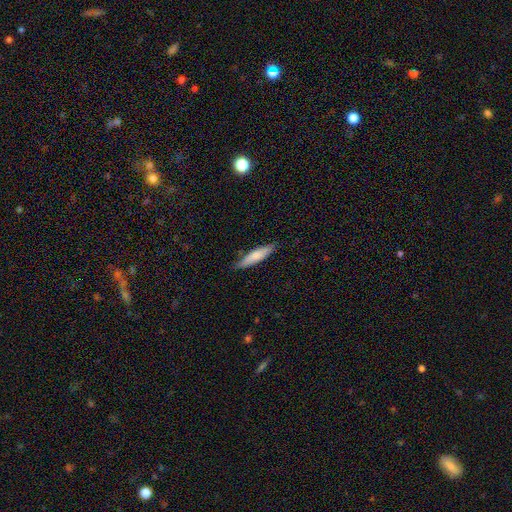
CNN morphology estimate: Smooth or featured? smooth (74%)
How rounded? cigar-shaped (77%)
Merging? none (81%)